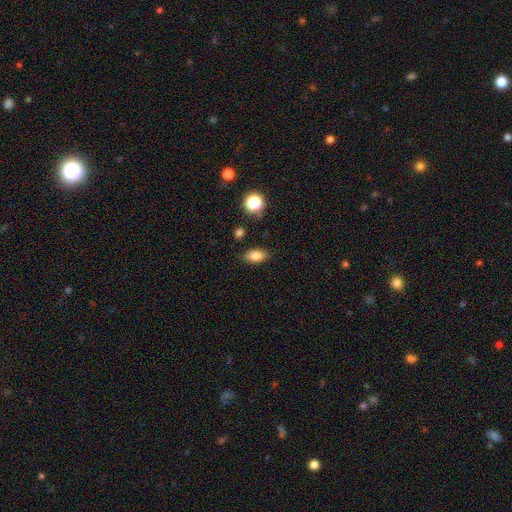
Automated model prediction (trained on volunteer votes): Smooth or featured?
  - smooth: 82% *
  - star or artifact: 10%
  - featured or disk: 8%
How rounded?
  - in between: 88% *
  - round: 8%
  - cigar-shaped: 4%
Merging?
  - none: 84% *
  - minor disturbance: 11%
  - major disturbance: 3%
  - merger: 2%